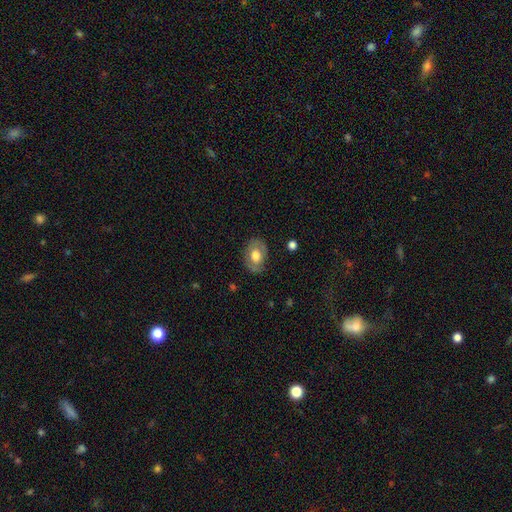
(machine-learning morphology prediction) Smooth or featured? smooth (58%)
How rounded? in between (76%)
Merging? none (77%)